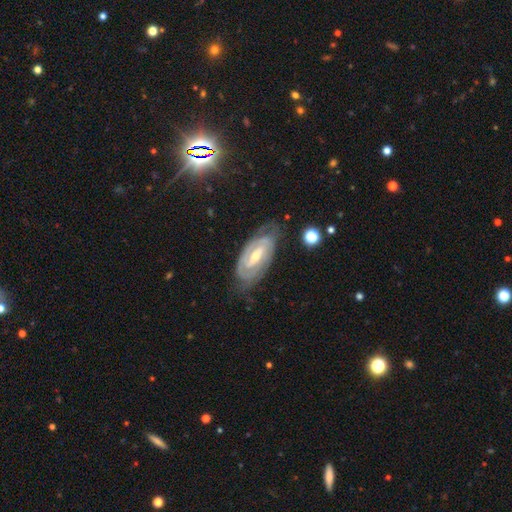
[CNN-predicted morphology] A featured or disk galaxy (86%) with a strong bar (41%), 2 (70%) tight (67%) spiral arms (94%) and a small central bulge (50%).

Vote fractions:
- Smooth or featured? featured or disk: 86% / smooth: 8% / star or artifact: 6%
- Edge-on disk? no: 94% / yes: 6%
- Bar? strong: 41% / weak: 40% / no: 19%
- Spiral arms? yes: 94% / no: 6%
- Spiral winding? tight: 67% / medium: 27% / loose: 6%
- Spiral arm count? 2: 70% / can't tell: 17% / 3: 6% / 1: 3% / 4: 2% / more than 4: 2%
- Bulge size? small: 50% / moderate: 47% / large: 2% / none: 1% / dominant: 1%
- Merging? none: 75% / minor disturbance: 18% / major disturbance: 6% / merger: 1%